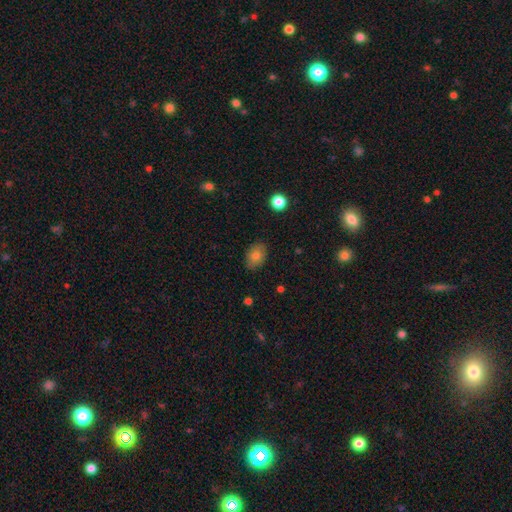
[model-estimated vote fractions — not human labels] A smooth galaxy with no disk features (79%) that is in between round and cigar-shaped (80%).

Vote fractions:
- Smooth or featured? smooth: 79% / featured or disk: 12% / star or artifact: 9%
- How rounded? in between: 80% / round: 19% / cigar-shaped: 1%
- Merging? none: 85% / minor disturbance: 12% / major disturbance: 2% / merger: 1%